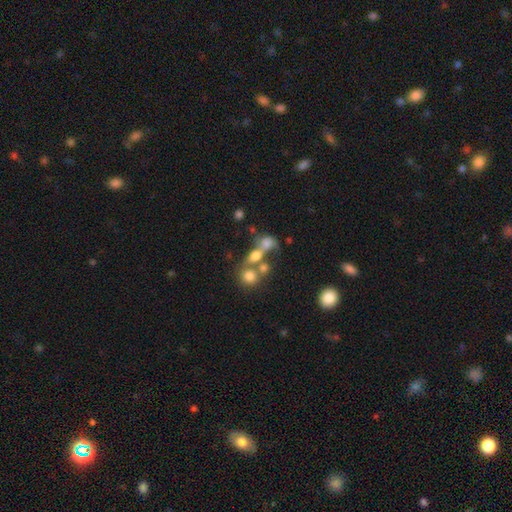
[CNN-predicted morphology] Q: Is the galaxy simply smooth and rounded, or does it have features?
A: smooth — 61%.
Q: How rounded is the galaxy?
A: in between — 49%.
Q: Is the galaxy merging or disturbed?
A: merger — 48%.